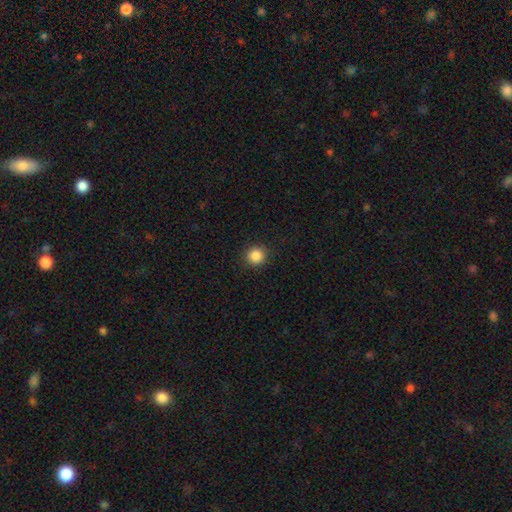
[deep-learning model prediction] Morphology: type=smooth (86%); roundness=round (93%); merging=none (91%).